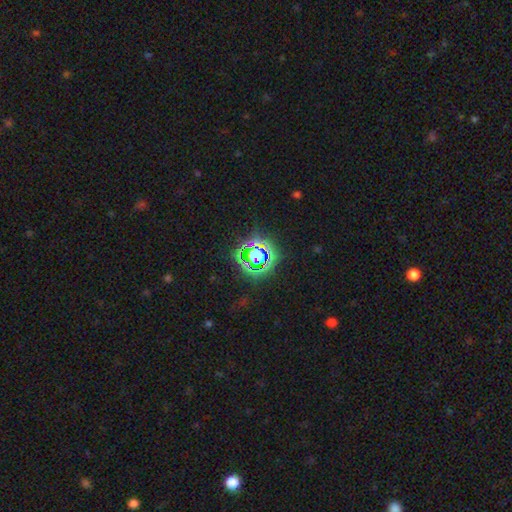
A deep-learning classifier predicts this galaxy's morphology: A star or artifact, not a galaxy (72%).